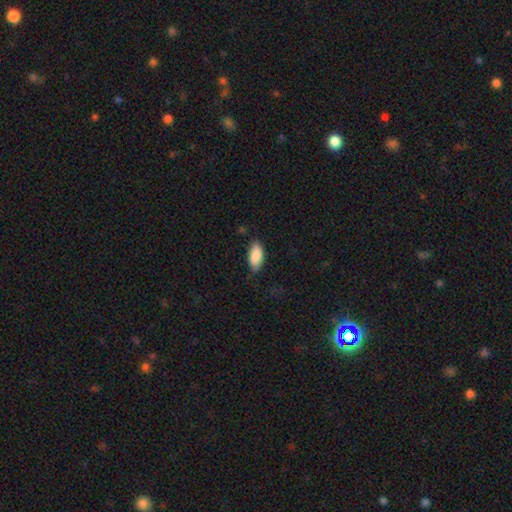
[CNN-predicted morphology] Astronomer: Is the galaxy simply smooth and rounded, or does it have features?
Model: smooth — 88%.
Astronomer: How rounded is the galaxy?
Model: in between — 90%.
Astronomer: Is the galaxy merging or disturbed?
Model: none — 73%.